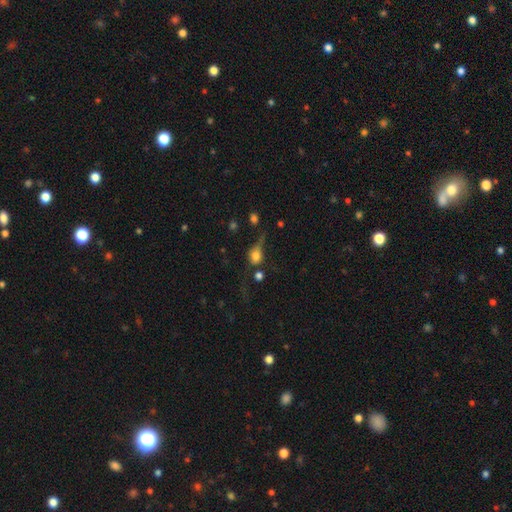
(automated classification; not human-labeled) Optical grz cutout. It shows a smooth galaxy with no disk features (66%) that is round (55%). Merging: major disturbance (33%).